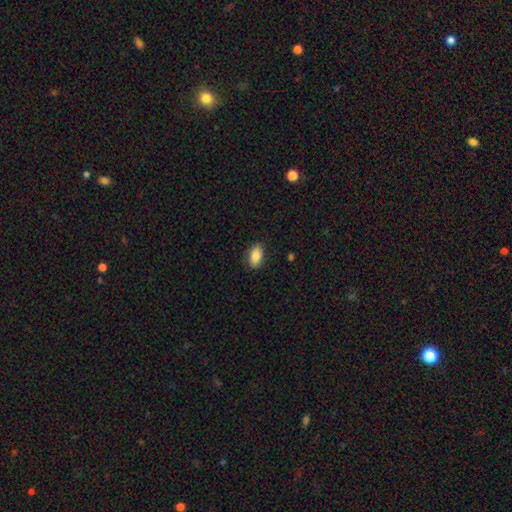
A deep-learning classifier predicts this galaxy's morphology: Smooth or featured?
  - smooth: 84% *
  - featured or disk: 9%
  - star or artifact: 7%
How rounded?
  - in between: 91% *
  - round: 6%
  - cigar-shaped: 4%
Merging?
  - none: 84% *
  - minor disturbance: 12%
  - major disturbance: 3%
  - merger: 1%